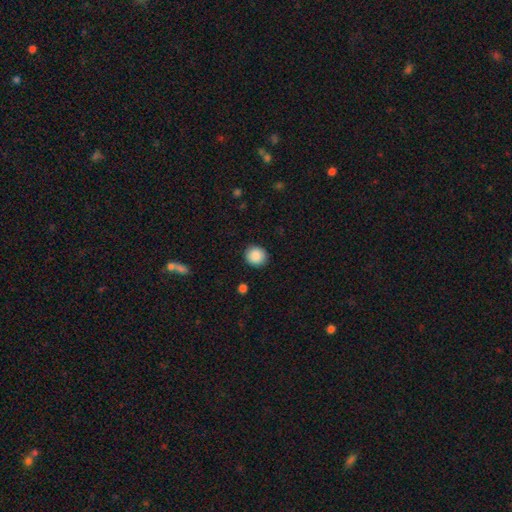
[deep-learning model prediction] Smooth or featured? smooth (89%)
How rounded? round (89%)
Merging? none (91%)